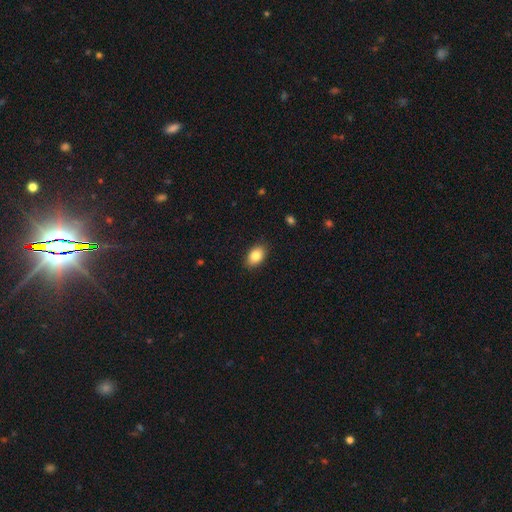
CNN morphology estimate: A smooth galaxy with no disk features (84%) that is in between round and cigar-shaped (88%).

Vote fractions:
- Smooth or featured? smooth: 84% / featured or disk: 8% / star or artifact: 8%
- How rounded? in between: 88% / round: 11% / cigar-shaped: 1%
- Merging? none: 87% / minor disturbance: 10% / major disturbance: 2% / merger: 1%